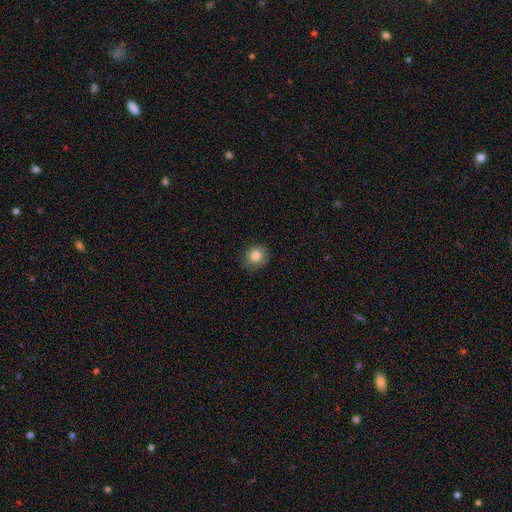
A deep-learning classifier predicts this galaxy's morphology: smooth 83%, star or artifact 10%, featured or disk 7%. Down the decision tree: how rounded — round (88%); merging — none (84%).